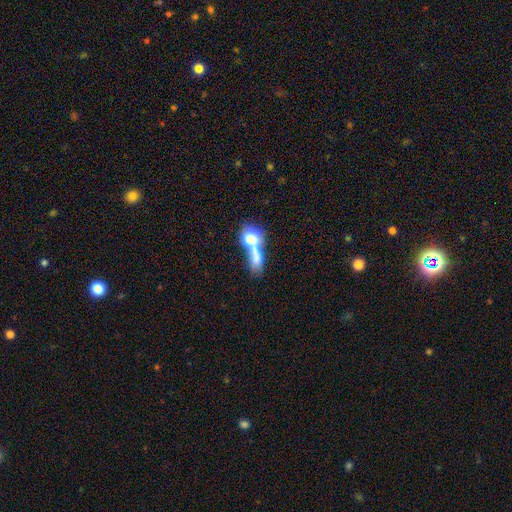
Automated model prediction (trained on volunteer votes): Smooth or featured? smooth (66%)
How rounded? in between (60%)
Merging? merger (76%)